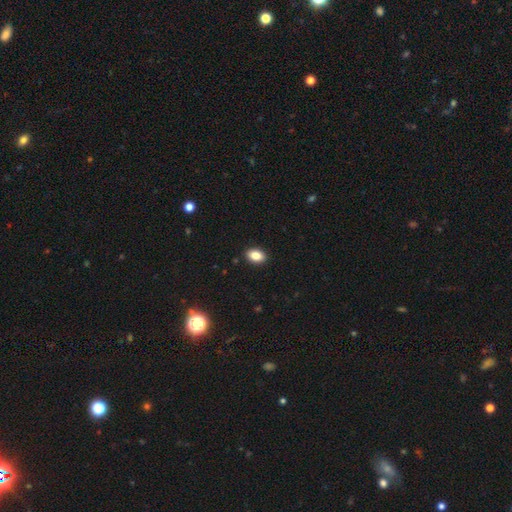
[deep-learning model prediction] Smooth or featured? smooth (85%)
How rounded? in between (85%)
Merging? none (91%)